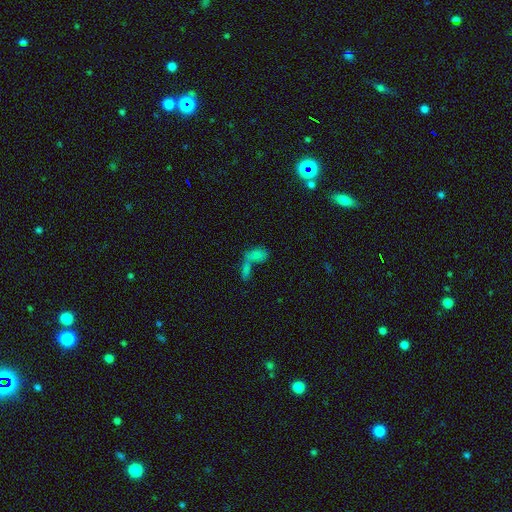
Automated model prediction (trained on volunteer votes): Q: Smooth or featured?
A: smooth (74%); runner-up: featured or disk (13%)
Q: How rounded?
A: in between (84%); runner-up: cigar-shaped (8%)
Q: Merging?
A: merger (65%); runner-up: none (21%)